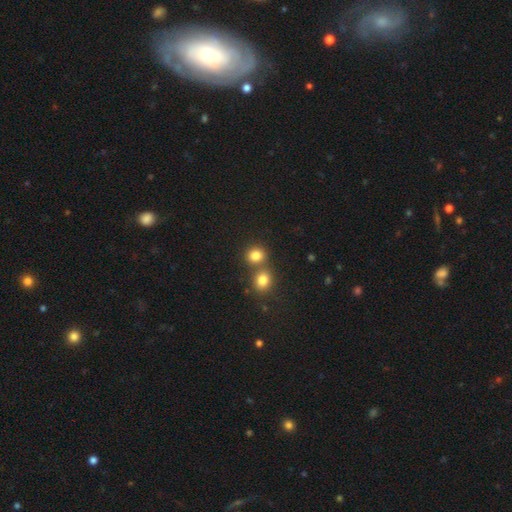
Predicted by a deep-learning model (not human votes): The model was most divided on "merging": none: 55%, merger: 35%, minor disturbance: 7%, major disturbance: 3%. More confident: smooth or featured — smooth (80%); how rounded — round (77%).